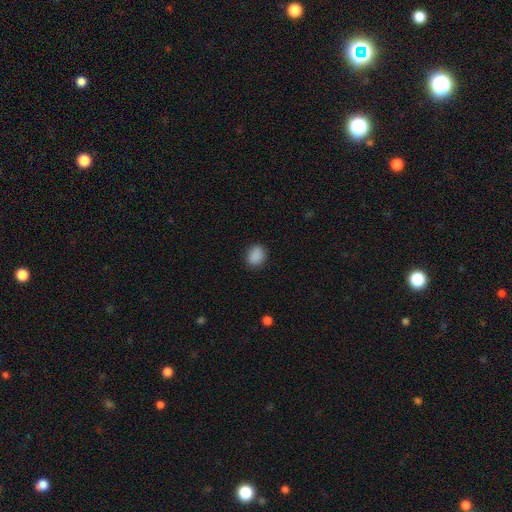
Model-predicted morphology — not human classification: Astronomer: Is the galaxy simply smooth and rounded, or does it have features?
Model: smooth — 88%.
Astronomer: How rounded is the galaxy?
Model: round — 50% (runner-up: in between, 49%).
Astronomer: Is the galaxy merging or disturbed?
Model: none — 87%.